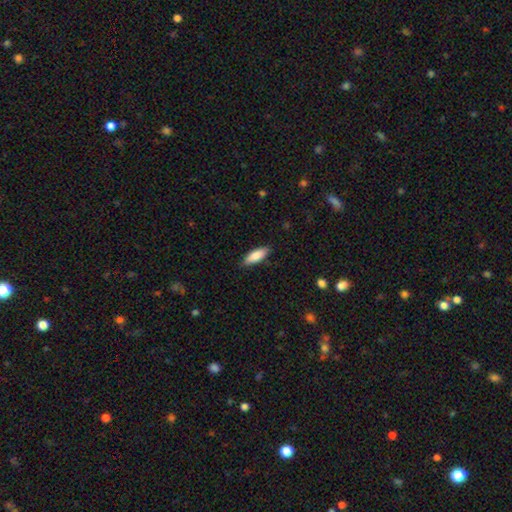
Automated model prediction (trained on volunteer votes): Smooth or featured: smooth — 84% (featured or disk — 10%)
How rounded: in between — 65% (cigar-shaped — 33%)
Merging: none — 86% (minor disturbance — 11%)